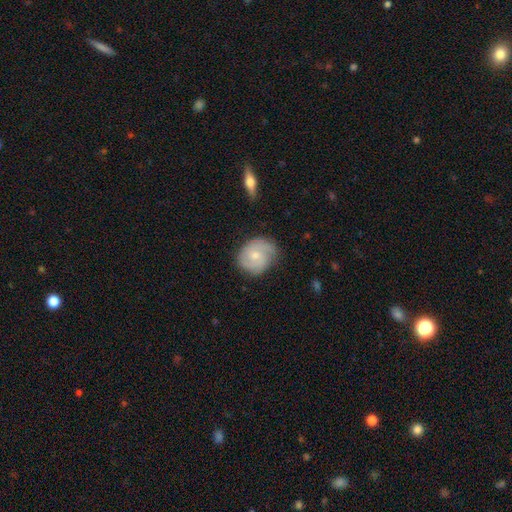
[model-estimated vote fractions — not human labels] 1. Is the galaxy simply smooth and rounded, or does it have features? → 61% featured or disk, 33% smooth, 6% star or artifact.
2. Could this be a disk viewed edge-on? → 97% no, 3% yes.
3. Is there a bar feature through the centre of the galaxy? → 70% no, 27% weak, 3% strong.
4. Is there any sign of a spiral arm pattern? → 90% yes, 10% no.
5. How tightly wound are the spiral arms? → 51% tight, 37% medium, 12% loose.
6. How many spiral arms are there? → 48% 2, 22% can't tell, 18% 3, 6% 1, 3% 4, 3% more than 4.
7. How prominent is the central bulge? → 49% small, 46% moderate, 2% none, 2% large, 1% dominant.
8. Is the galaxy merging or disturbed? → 69% none, 23% minor disturbance, 6% major disturbance, 2% merger.